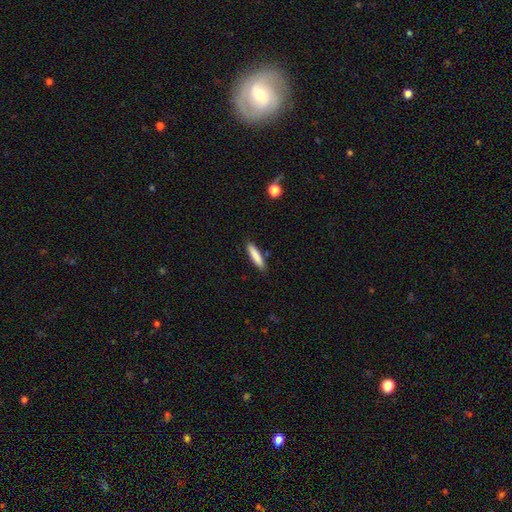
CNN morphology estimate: Smooth or featured? Predicted: smooth (p=0.84). How rounded? Predicted: cigar-shaped (p=0.84). Merging? Predicted: none (p=0.87).